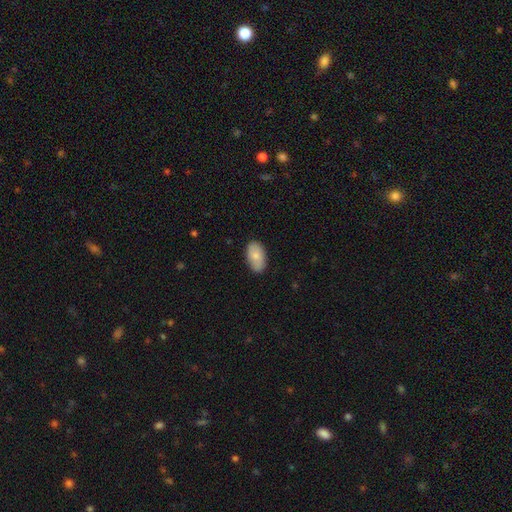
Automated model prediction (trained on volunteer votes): The model was most divided on "smooth or featured": smooth: 82%, featured or disk: 12%, star or artifact: 6%. More confident: how rounded — in between (94%); merging — none (84%).